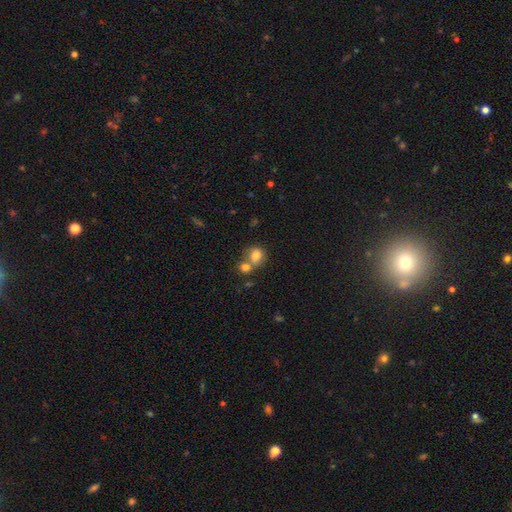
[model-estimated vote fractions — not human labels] The model was most divided on "merging" (2-way tie): none: 43%, merger: 43%, minor disturbance: 10%, major disturbance: 4%. More confident: smooth or featured — smooth (79%); how rounded — round (68%).